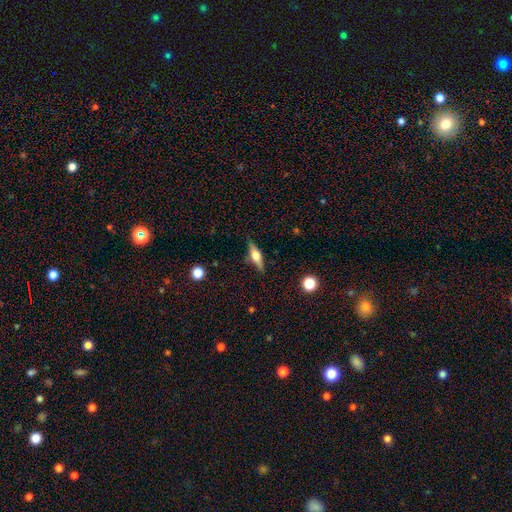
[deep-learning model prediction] The model was most divided on "smooth or featured": featured or disk: 50%, smooth: 43%, star or artifact: 7%. More confident: edge-on disk — yes (94%); merging — none (84%).